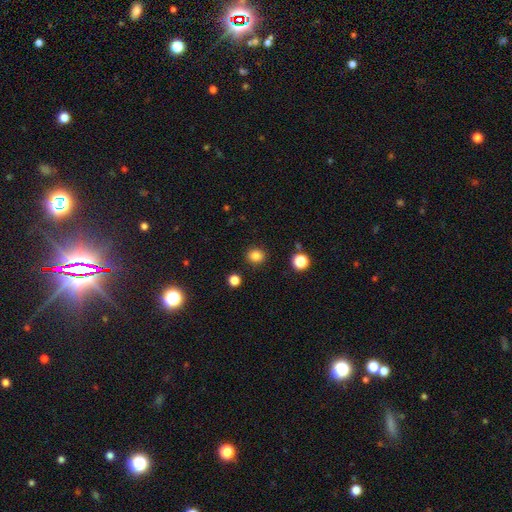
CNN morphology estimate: Smooth or featured? Predicted: smooth (p=0.84). How rounded? Predicted: round (p=0.79). Merging? Predicted: none (p=0.89).